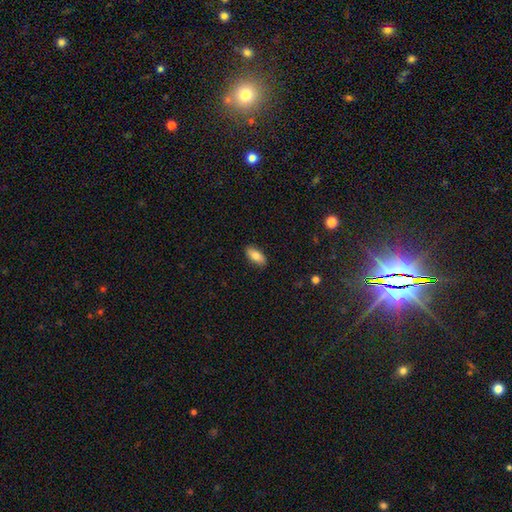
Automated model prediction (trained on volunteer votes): The model was most divided on "smooth or featured": smooth: 81%, featured or disk: 12%, star or artifact: 7%. More confident: how rounded — in between (89%); merging — none (89%).